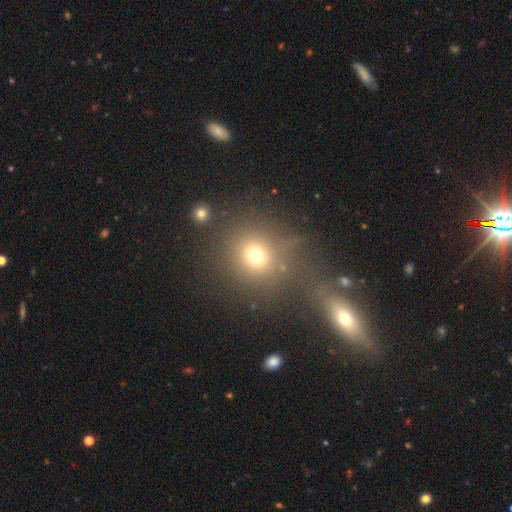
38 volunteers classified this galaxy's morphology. Smooth or featured?
  - smooth: 84% *
  - featured or disk: 11%
  - star or artifact: 5%
How rounded?
  - round: 100% *
  - in between: 0%
  - cigar-shaped: 0%
Merging?
  - none: 72% *
  - merger: 14%
  - minor disturbance: 8%
  - major disturbance: 6%